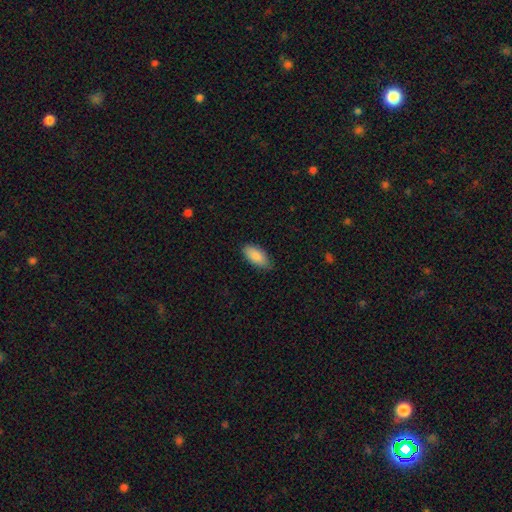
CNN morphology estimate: smooth 89%, star or artifact 6%, featured or disk 5%. Down the decision tree: how rounded — in between (91%); merging — none (82%).